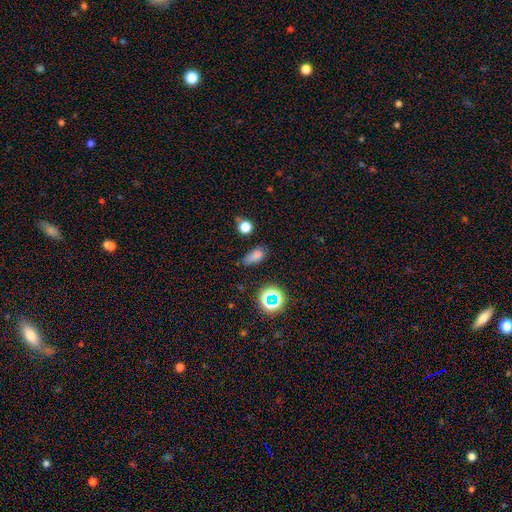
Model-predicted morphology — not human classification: The model was most divided on "merging": none: 54%, minor disturbance: 29%, major disturbance: 11%, merger: 6%. More confident: smooth or featured — smooth (70%); how rounded — in between (70%).